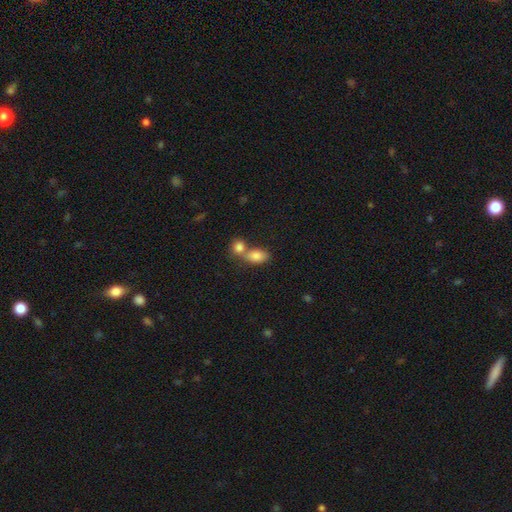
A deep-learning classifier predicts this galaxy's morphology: A smooth galaxy with no disk features (82%) that is in between round and cigar-shaped (83%).

Vote fractions:
- Smooth or featured? smooth: 82% / featured or disk: 9% / star or artifact: 9%
- How rounded? in between: 83% / round: 13% / cigar-shaped: 4%
- Merging? merger: 53% / none: 35% / minor disturbance: 9% / major disturbance: 4%